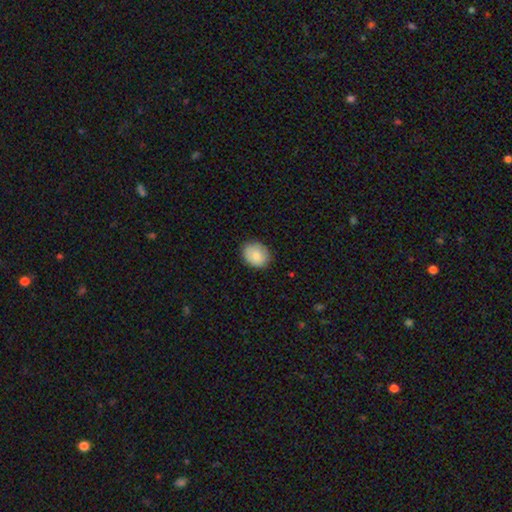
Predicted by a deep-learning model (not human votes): Smooth or featured? Predicted: smooth (p=0.83). How rounded? Predicted: round (p=0.51). Merging? Predicted: none (p=0.85).